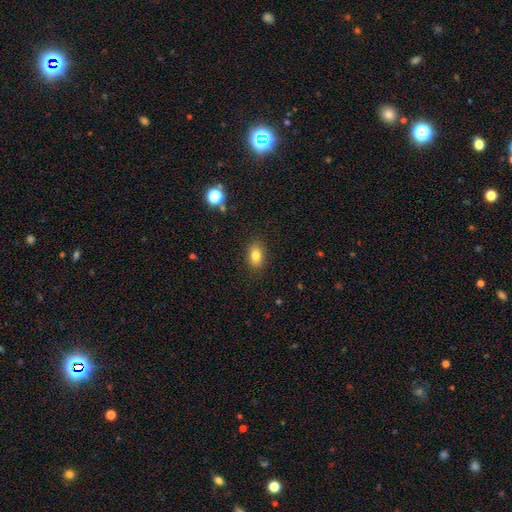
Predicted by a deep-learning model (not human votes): smooth-or-featured: smooth: 81% | star or artifact: 10% | featured or disk: 9%
  how-rounded: in between: 81% | round: 17% | cigar-shaped: 2%
  merging: none: 87% | minor disturbance: 10% | major disturbance: 3% | merger: 1%